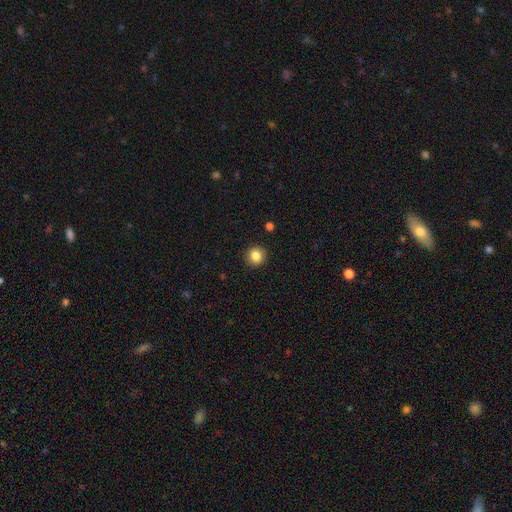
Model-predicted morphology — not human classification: Smooth or featured? Predicted: smooth (p=0.85). How rounded? Predicted: round (p=0.93). Merging? Predicted: none (p=0.93).